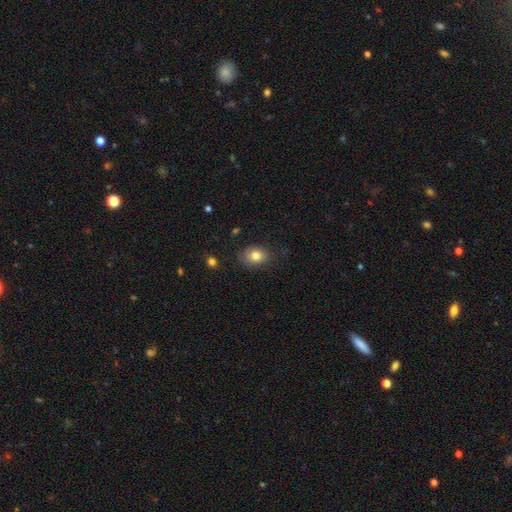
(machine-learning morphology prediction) Smooth or featured?
  - smooth: 81% *
  - featured or disk: 10%
  - star or artifact: 10%
How rounded?
  - in between: 64% *
  - round: 35%
  - cigar-shaped: 1%
Merging?
  - none: 75% *
  - minor disturbance: 19%
  - major disturbance: 4%
  - merger: 1%